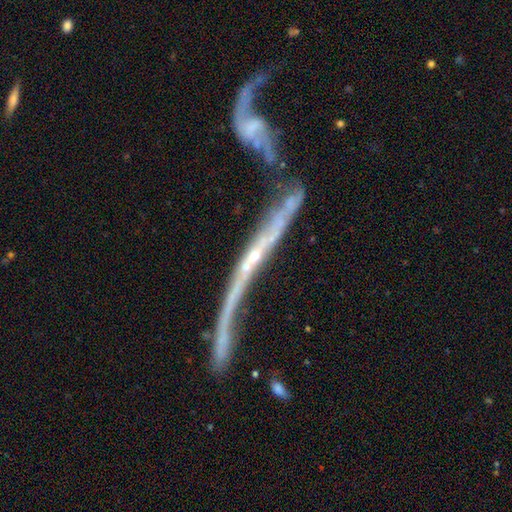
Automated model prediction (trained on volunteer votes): This is clearly a featured or disk galaxy (82%). It is likely viewed edge-on (61%). Merging: possibly merger (48%).